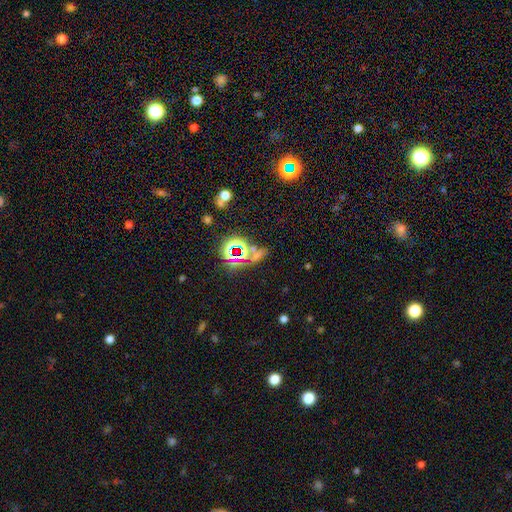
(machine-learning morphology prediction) Q: Smooth or featured?
A: star or artifact (71%); runner-up: smooth (18%)